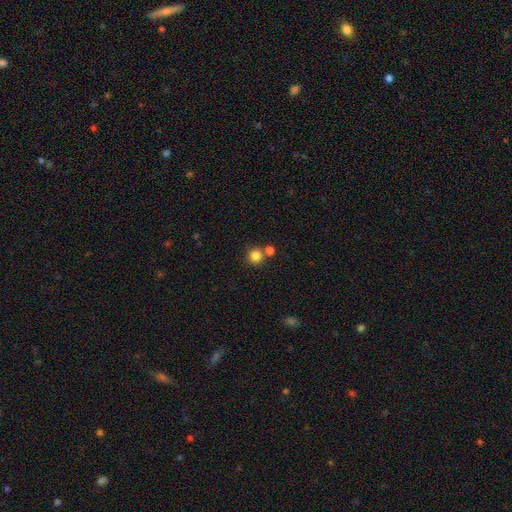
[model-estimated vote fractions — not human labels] A smooth galaxy with no disk features (83%) that is round (94%). Merging: none (71%).